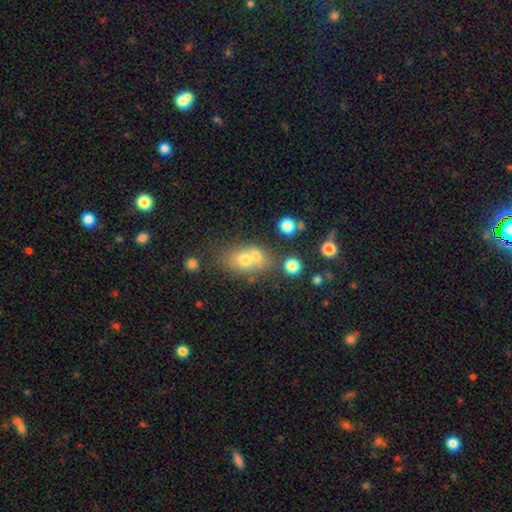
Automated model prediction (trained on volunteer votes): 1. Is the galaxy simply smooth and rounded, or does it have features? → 64% smooth, 22% featured or disk, 14% star or artifact.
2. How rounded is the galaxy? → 62% in between, 36% round, 2% cigar-shaped.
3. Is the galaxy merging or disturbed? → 55% merger, 30% none, 10% minor disturbance, 6% major disturbance.